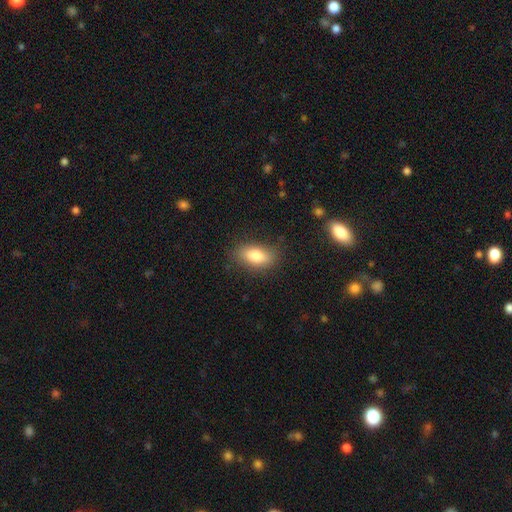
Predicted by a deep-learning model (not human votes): A smooth galaxy with no disk features (81%) that is in between round and cigar-shaped (85%). Merging: none (81%).